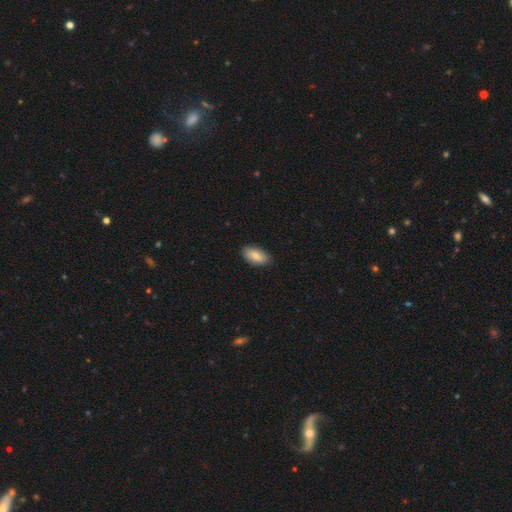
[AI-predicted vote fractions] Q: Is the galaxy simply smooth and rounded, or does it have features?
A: smooth — 81%.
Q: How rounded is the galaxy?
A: in between — 93%.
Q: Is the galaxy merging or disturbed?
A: none — 86%.